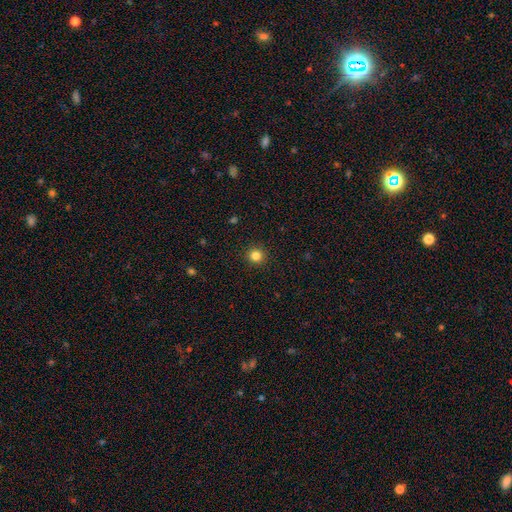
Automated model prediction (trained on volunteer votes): This appears to be a smooth galaxy with no disk features (83%) that is round (94%). Merging: none (93%).